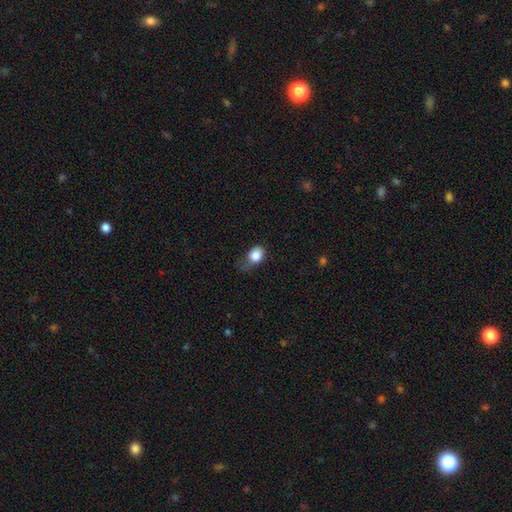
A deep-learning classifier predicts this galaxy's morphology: A smooth galaxy with no disk features (84%) that is in between round and cigar-shaped (51%). Merging: minor disturbance (38%).